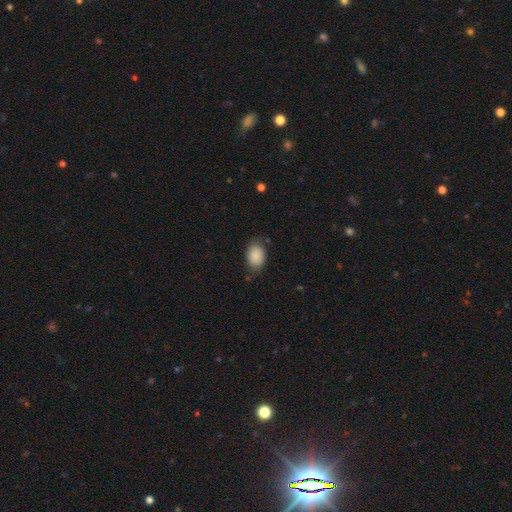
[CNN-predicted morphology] Smooth or featured: smooth — 87% (star or artifact — 7%)
How rounded: in between — 78% (round — 21%)
Merging: none — 76% (minor disturbance — 18%)